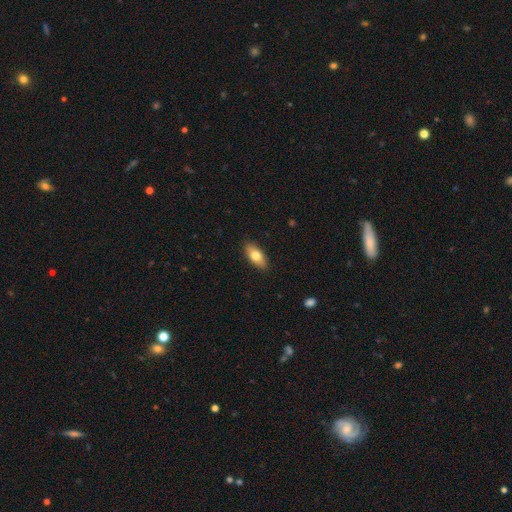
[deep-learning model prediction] smooth 75%, featured or disk 19%, star or artifact 6%. Down the decision tree: how rounded — in between (87%); merging — none (89%).